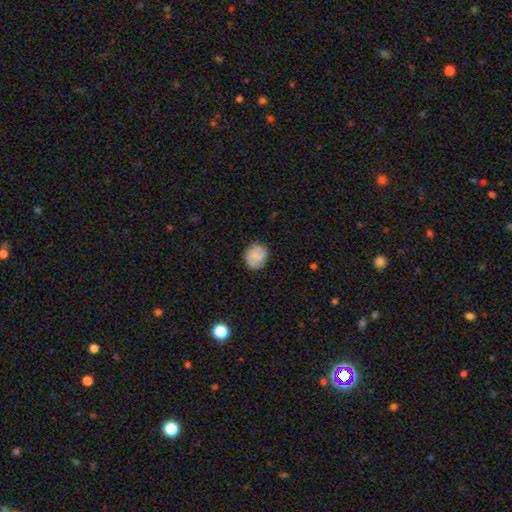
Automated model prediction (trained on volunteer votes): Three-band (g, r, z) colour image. It shows a smooth galaxy with no disk features (70%) that is round (69%). Merging: none (82%).